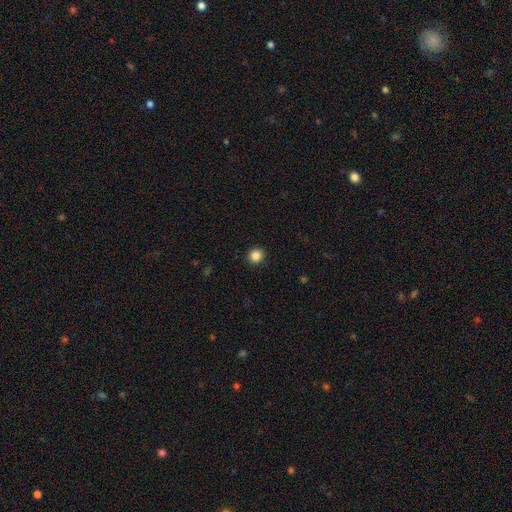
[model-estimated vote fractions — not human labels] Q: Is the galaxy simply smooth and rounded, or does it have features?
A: smooth — 86%.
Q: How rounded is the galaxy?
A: round — 93%.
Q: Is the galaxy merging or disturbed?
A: none — 93%.